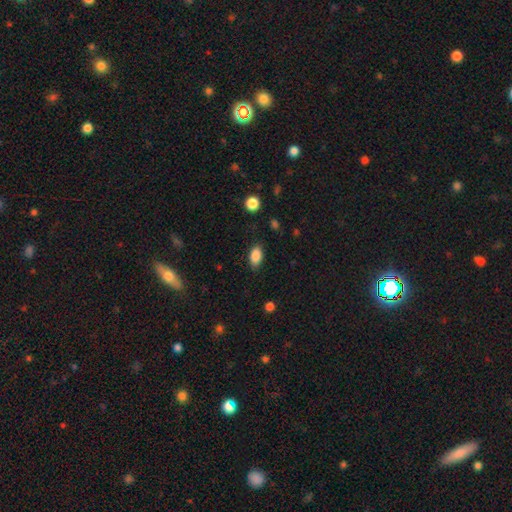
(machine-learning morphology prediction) This is clearly a smooth galaxy (87%). How rounded: clearly in between (90%). Merging: clearly none (83%).